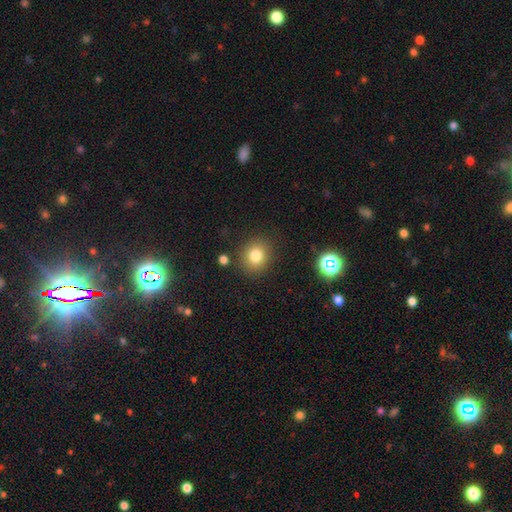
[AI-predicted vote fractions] This appears to be a smooth galaxy with no disk features (80%) that is round (80%). Merging: none (85%).